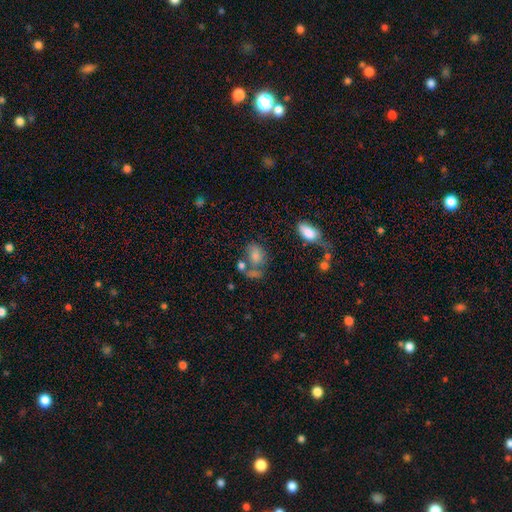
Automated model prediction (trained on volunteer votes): A smooth galaxy with no disk features (71%) that is in between round and cigar-shaped (65%).

Vote fractions:
- Smooth or featured? smooth: 71% / featured or disk: 18% / star or artifact: 11%
- How rounded? in between: 65% / round: 34% / cigar-shaped: 2%
- Merging? none: 39% / merger: 31% / minor disturbance: 18% / major disturbance: 12%